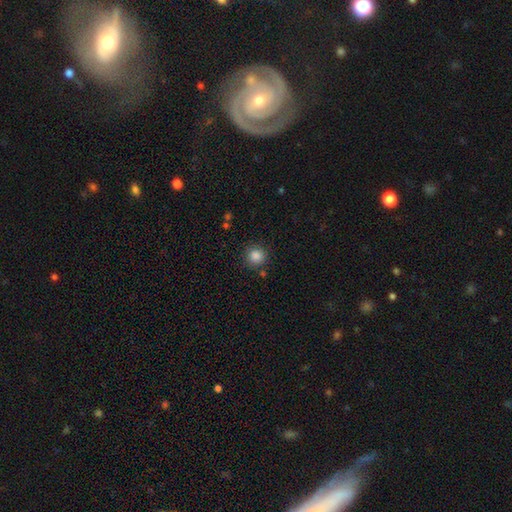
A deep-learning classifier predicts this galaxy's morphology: This appears to be a smooth galaxy with no disk features (85%) that is round (93%). Merging: none (85%).